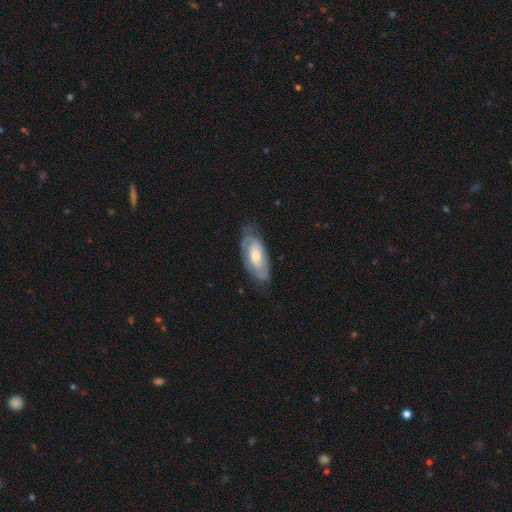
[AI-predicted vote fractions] smooth_or_featured: featured or disk (p=0.65) [alt: smooth p=0.30]
disk_edge_on: no (p=0.89) [alt: yes p=0.11]
bar: no (p=0.69) [alt: weak p=0.26]
has_spiral_arms: yes (p=0.78) [alt: no p=0.22]
bulge_size: moderate (p=0.59) [alt: small p=0.27]
merging: none (p=0.67) [alt: minor disturbance p=0.24]